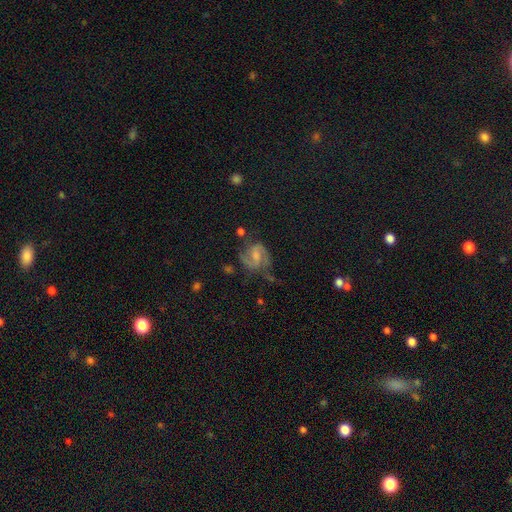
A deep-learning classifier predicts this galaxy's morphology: Smooth or featured: featured or disk — 77% (smooth — 14%)
Edge-on disk: no — 98% (yes — 2%)
Bar: weak — 55% (no — 27%)
Spiral arms: yes — 94% (no — 6%)
Spiral winding: medium — 55% (loose — 25%)
Spiral arm count: 2 — 87% (can't tell — 5%)
Bulge size: small — 37% (moderate — 35%)
Merging: none — 53% (minor disturbance — 23%)